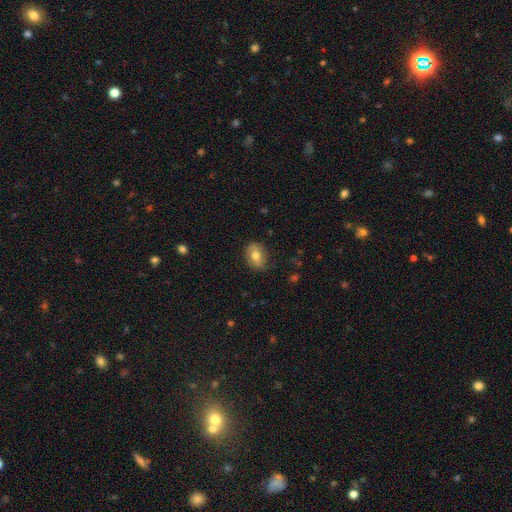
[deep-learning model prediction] smooth 74%, featured or disk 18%, star or artifact 8%. Down the decision tree: how rounded — in between (71%); merging — none (79%).